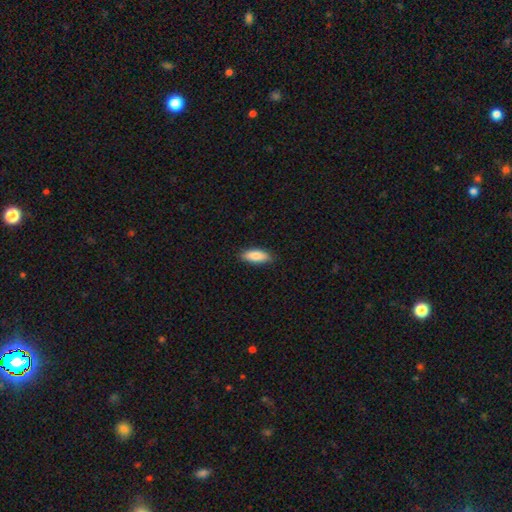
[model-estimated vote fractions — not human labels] Morphology: type=smooth (86%); roundness=in between (75%); merging=none (86%).